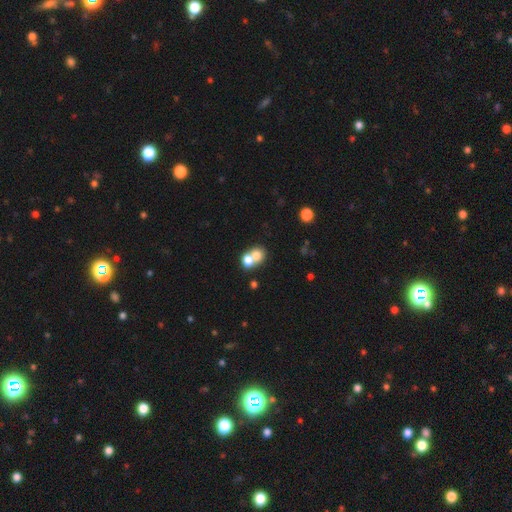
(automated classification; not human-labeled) Smooth or featured: smooth — 73% (featured or disk — 14%)
How rounded: round — 66% (in between — 33%)
Merging: merger — 61% (none — 31%)